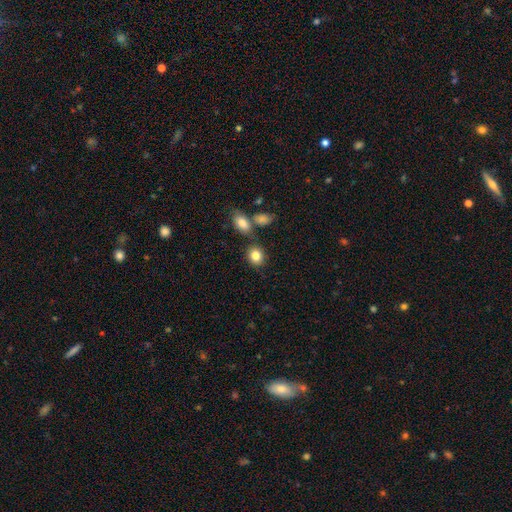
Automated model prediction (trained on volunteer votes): This appears to be a smooth galaxy with no disk features (84%) that is round (64%). Merging: none (75%).